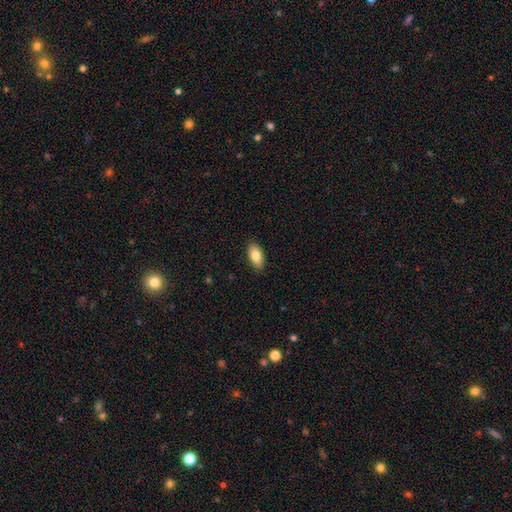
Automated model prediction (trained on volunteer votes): smooth 81%, featured or disk 12%, star or artifact 7%. Down the decision tree: how rounded — in between (90%); merging — none (89%).